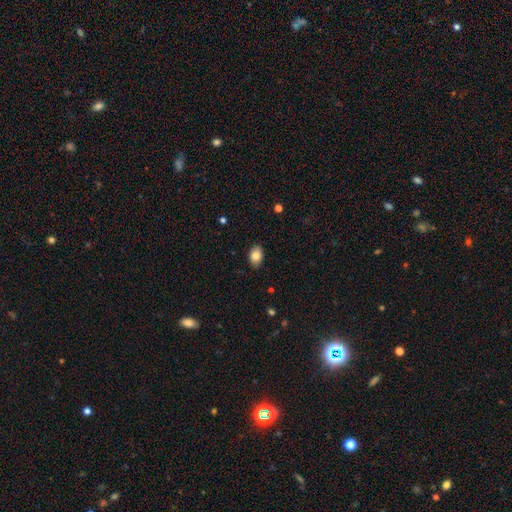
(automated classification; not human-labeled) Q: Smooth or featured?
A: smooth (84%); runner-up: featured or disk (9%)
Q: How rounded?
A: in between (84%); runner-up: round (15%)
Q: Merging?
A: none (86%); runner-up: minor disturbance (11%)